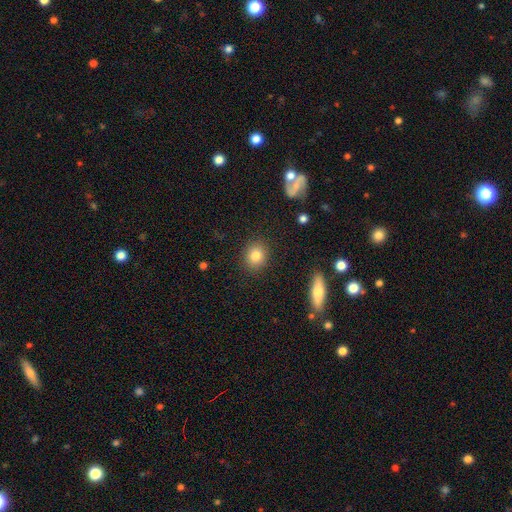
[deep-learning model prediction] Smooth or featured?
  - smooth: 84% *
  - star or artifact: 10%
  - featured or disk: 7%
How rounded?
  - round: 69% *
  - in between: 30%
  - cigar-shaped: 1%
Merging?
  - none: 88% *
  - minor disturbance: 8%
  - major disturbance: 3%
  - merger: 1%